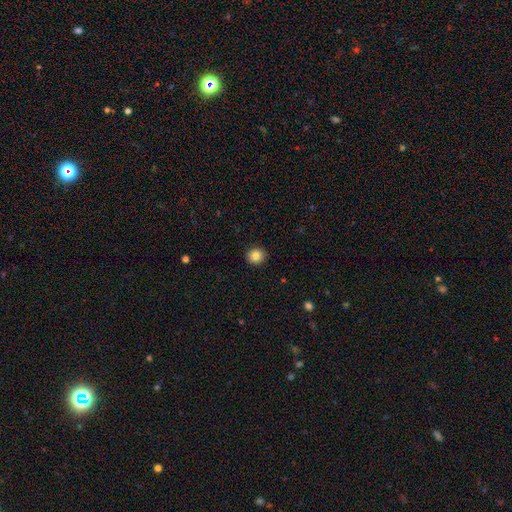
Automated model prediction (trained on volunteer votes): A smooth galaxy with no disk features (85%) that is round (84%).

Vote fractions:
- Smooth or featured? smooth: 85% / star or artifact: 10% / featured or disk: 6%
- How rounded? round: 84% / in between: 15% / cigar-shaped: 1%
- Merging? none: 92% / minor disturbance: 6% / major disturbance: 2% / merger: 1%